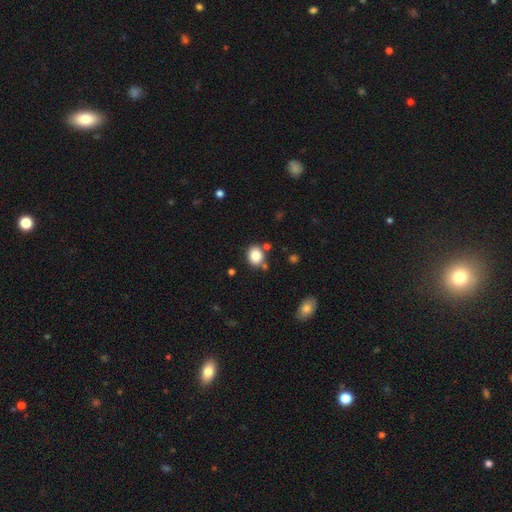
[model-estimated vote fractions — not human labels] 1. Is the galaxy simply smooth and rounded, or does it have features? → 85% smooth, 9% star or artifact, 6% featured or disk.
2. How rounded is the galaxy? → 56% round, 43% in between, 1% cigar-shaped.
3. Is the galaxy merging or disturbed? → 76% none, 12% minor disturbance, 9% merger, 3% major disturbance.